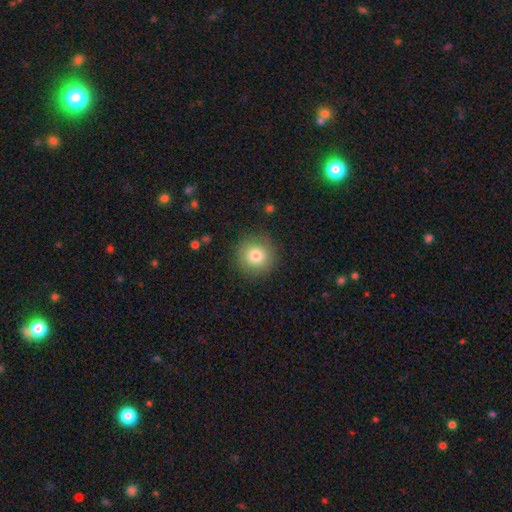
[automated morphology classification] This appears to be a smooth galaxy with no disk features (80%) that is round (95%). Merging: none (89%).